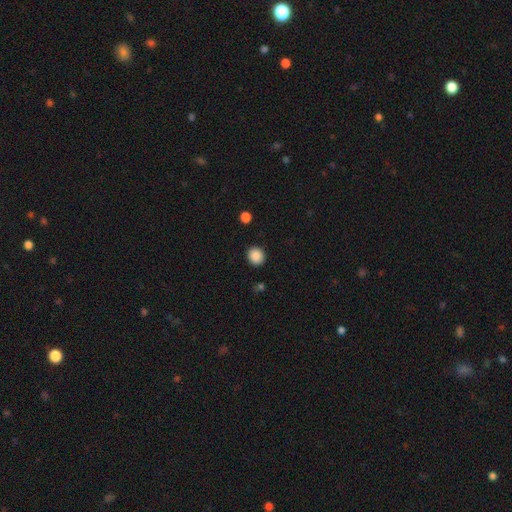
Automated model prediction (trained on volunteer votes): A smooth galaxy with no disk features (88%) that is round (77%).

Vote fractions:
- Smooth or featured? smooth: 88% / star or artifact: 9% / featured or disk: 3%
- How rounded? round: 77% / in between: 22% / cigar-shaped: 1%
- Merging? none: 90% / minor disturbance: 7% / major disturbance: 2% / merger: 1%